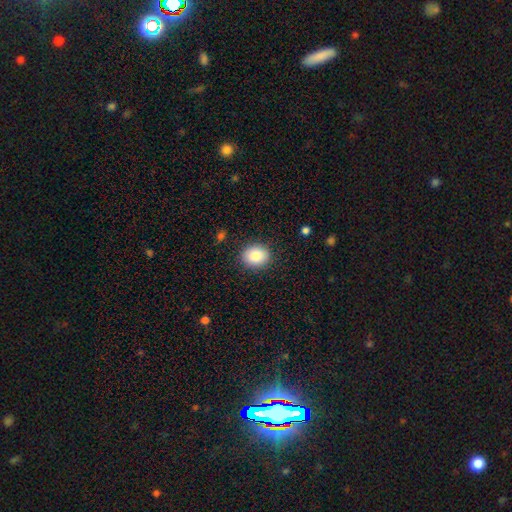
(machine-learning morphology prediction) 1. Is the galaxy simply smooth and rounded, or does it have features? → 85% smooth, 8% star or artifact, 7% featured or disk.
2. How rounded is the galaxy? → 63% round, 36% in between, 1% cigar-shaped.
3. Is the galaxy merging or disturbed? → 88% none, 8% minor disturbance, 2% major disturbance, 1% merger.